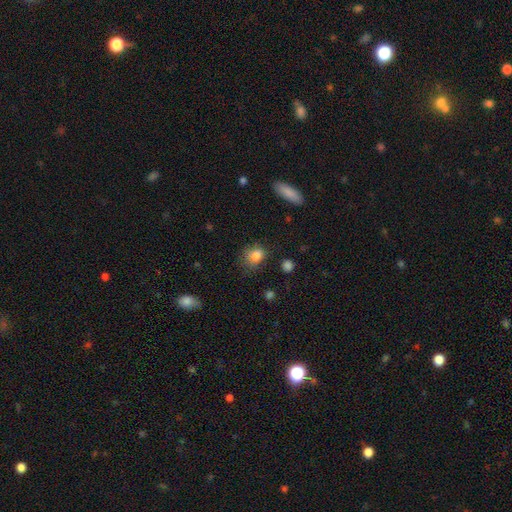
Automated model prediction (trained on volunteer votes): Morphology: type=smooth (83%); roundness=in between (52%); merging=none (62%).